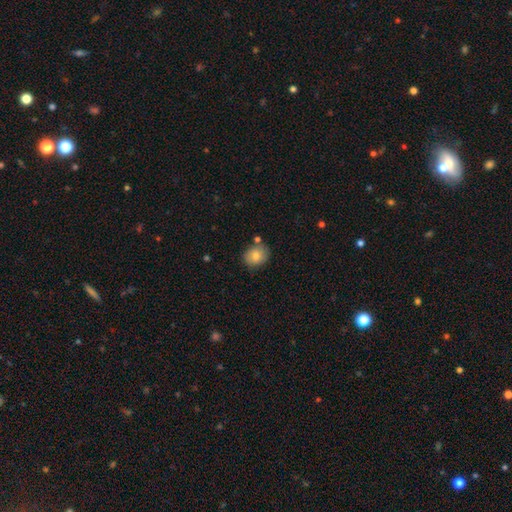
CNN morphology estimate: smooth-or-featured: smooth: 83% | featured or disk: 9% | star or artifact: 8%
  how-rounded: round: 63% | in between: 36% | cigar-shaped: 1%
  merging: none: 76% | minor disturbance: 13% | merger: 7% | major disturbance: 3%